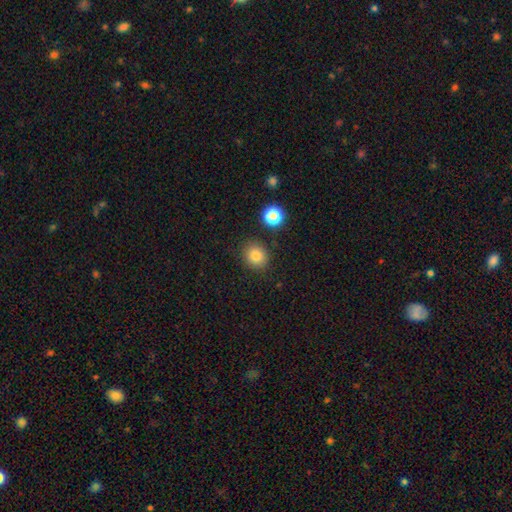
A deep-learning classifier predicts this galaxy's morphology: smooth 82%, star or artifact 12%, featured or disk 6%. Down the decision tree: how rounded — round (79%); merging — none (86%).